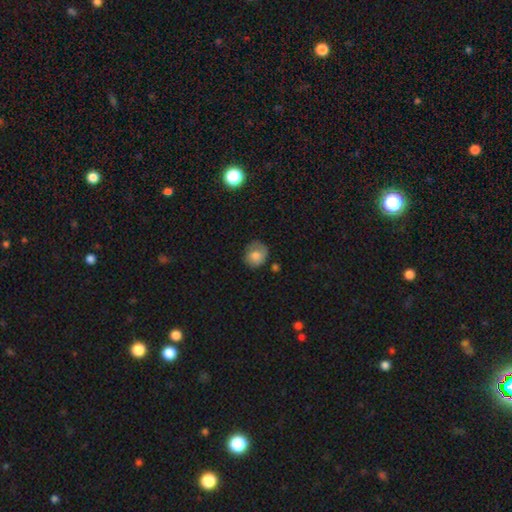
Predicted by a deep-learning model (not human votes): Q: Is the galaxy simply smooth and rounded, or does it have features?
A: smooth — 76%.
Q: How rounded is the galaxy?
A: round — 74%.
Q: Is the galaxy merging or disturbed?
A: none — 62%.